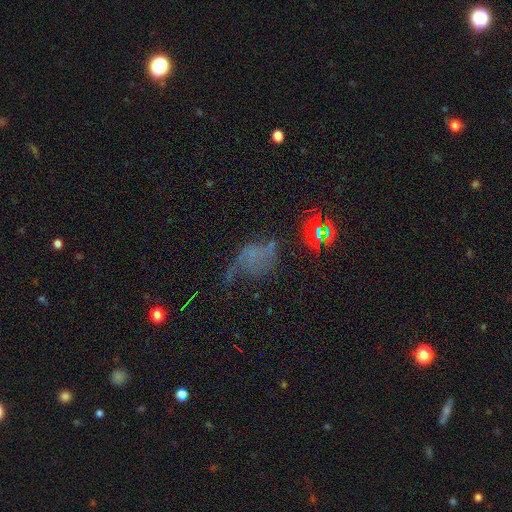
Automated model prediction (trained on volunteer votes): Morphology: type=featured or disk (36%); merging=major disturbance (44%).